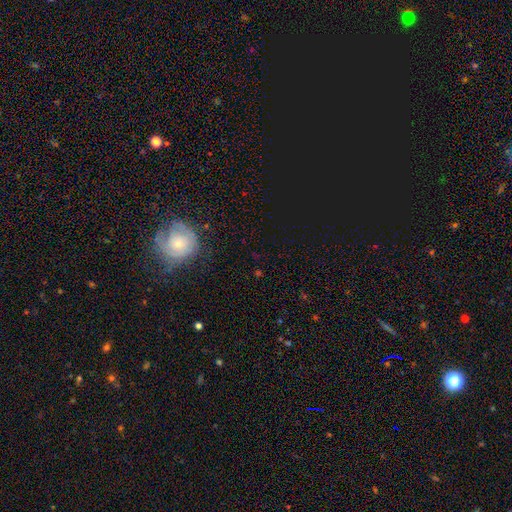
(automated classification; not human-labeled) Overall: star or artifact (61%; smooth 29%).